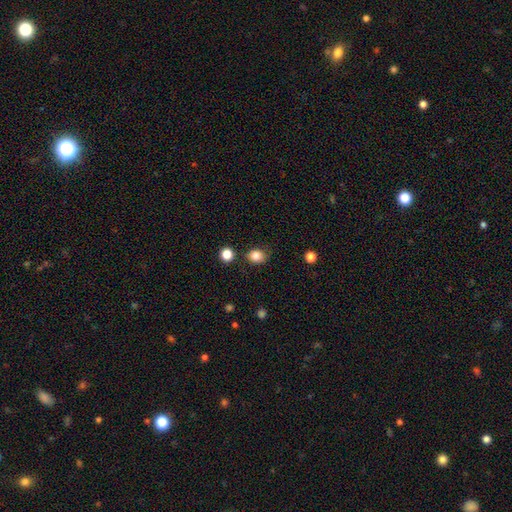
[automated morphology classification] Smooth or featured?
  - smooth: 84% *
  - star or artifact: 11%
  - featured or disk: 5%
How rounded?
  - round: 60% *
  - in between: 39%
  - cigar-shaped: 1%
Merging?
  - none: 78% *
  - minor disturbance: 15%
  - merger: 4%
  - major disturbance: 3%